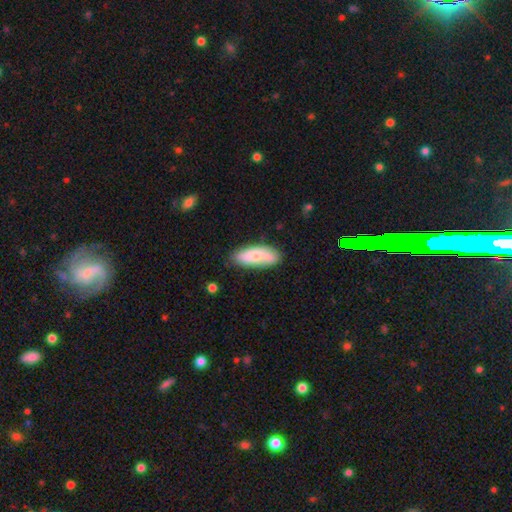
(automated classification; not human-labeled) The model was most divided on "smooth or featured": smooth: 67%, featured or disk: 27%, star or artifact: 6%. More confident: how rounded — in between (77%); merging — none (76%).